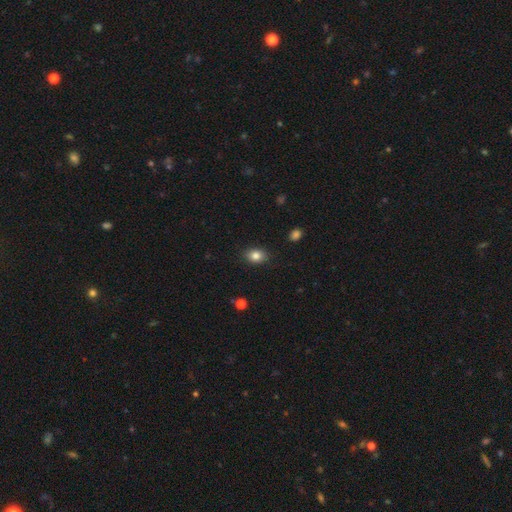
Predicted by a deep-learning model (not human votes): The model was most divided on "how rounded": in between: 73%, round: 26%, cigar-shaped: 1%. More confident: merging — none (87%); smooth or featured — smooth (83%).